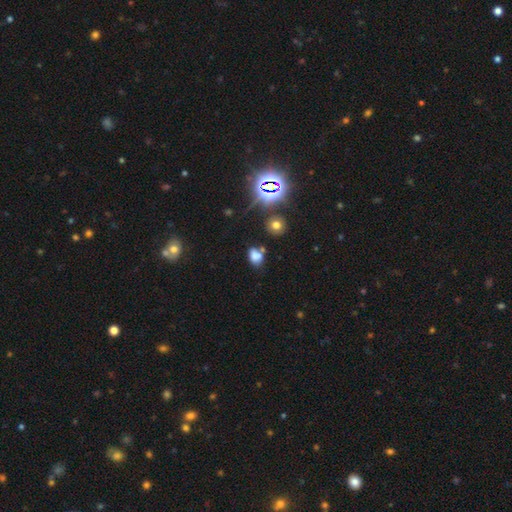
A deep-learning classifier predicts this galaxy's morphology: Q: Smooth or featured?
A: smooth (67%); runner-up: star or artifact (22%)
Q: How rounded?
A: in between (71%); runner-up: round (27%)
Q: Merging?
A: none (51%); runner-up: minor disturbance (21%)